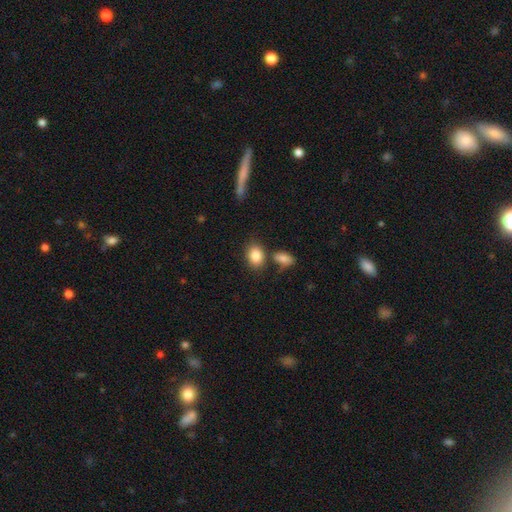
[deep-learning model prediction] This appears to be a smooth galaxy with no disk features (85%) that is in between round and cigar-shaped (67%). Merging: none (67%).